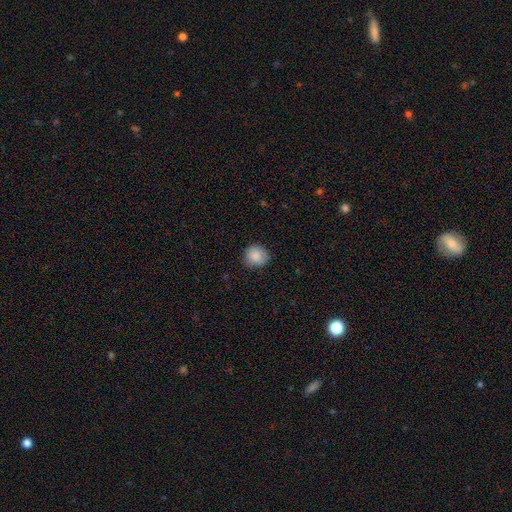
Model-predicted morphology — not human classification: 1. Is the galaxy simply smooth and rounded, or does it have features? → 87% smooth, 8% star or artifact, 5% featured or disk.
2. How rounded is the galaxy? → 86% round, 13% in between, 1% cigar-shaped.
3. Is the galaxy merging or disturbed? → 81% none, 15% minor disturbance, 3% major disturbance, 1% merger.